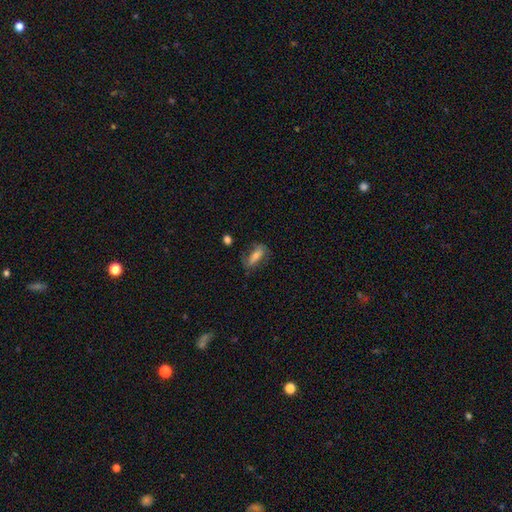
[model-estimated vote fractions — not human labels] This is possibly a smooth galaxy (53%). How rounded: likely in between (71%). Merging: likely none (63%).